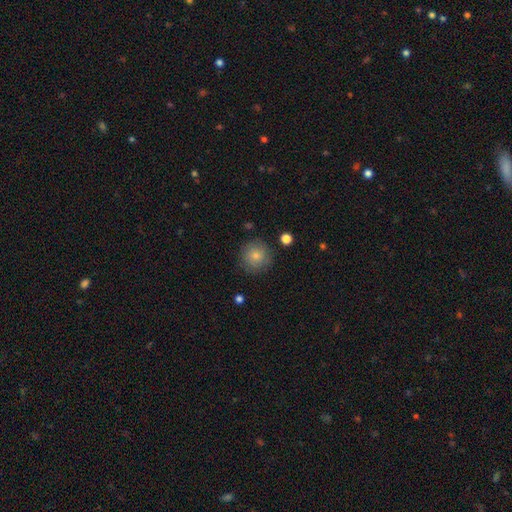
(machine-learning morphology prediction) type=smooth (81%); roundness=round (94%); merging=none (85%).